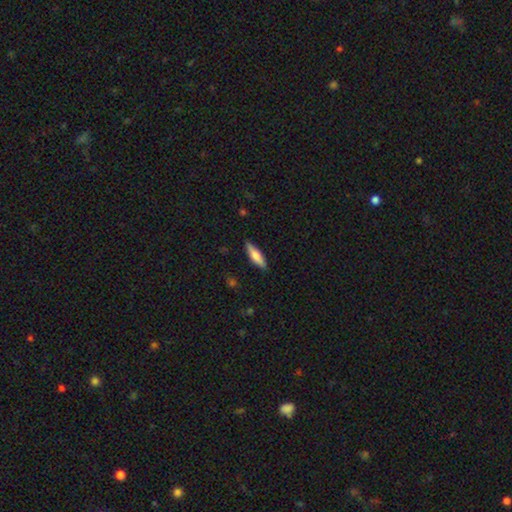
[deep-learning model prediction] This appears to be a smooth galaxy with no disk features (68%) that is cigar-shaped (63%). Merging: none (87%).